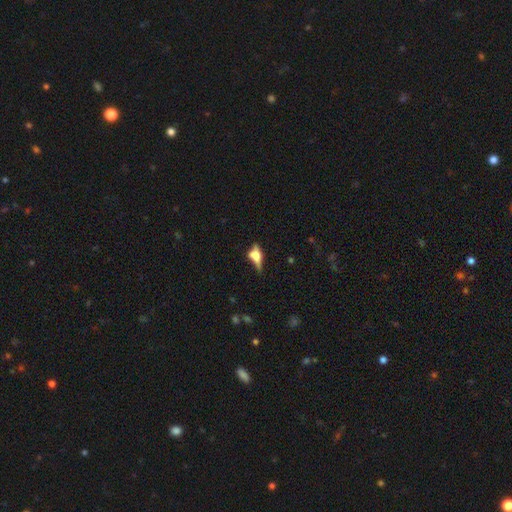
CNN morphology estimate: Q: Smooth or featured?
A: featured or disk (49%); runner-up: smooth (39%)
Q: Merging?
A: none (47%); runner-up: minor disturbance (24%)